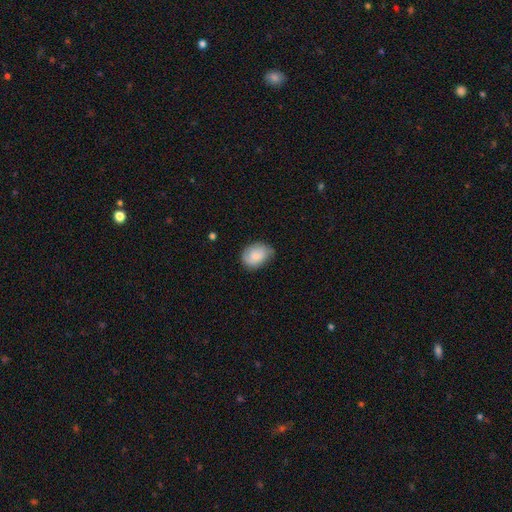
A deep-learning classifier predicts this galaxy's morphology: A smooth galaxy with no disk features (74%) that is in between round and cigar-shaped (70%).

Vote fractions:
- Smooth or featured? smooth: 74% / featured or disk: 19% / star or artifact: 7%
- How rounded? in between: 70% / round: 29% / cigar-shaped: 1%
- Merging? none: 57% / minor disturbance: 34% / major disturbance: 7% / merger: 1%